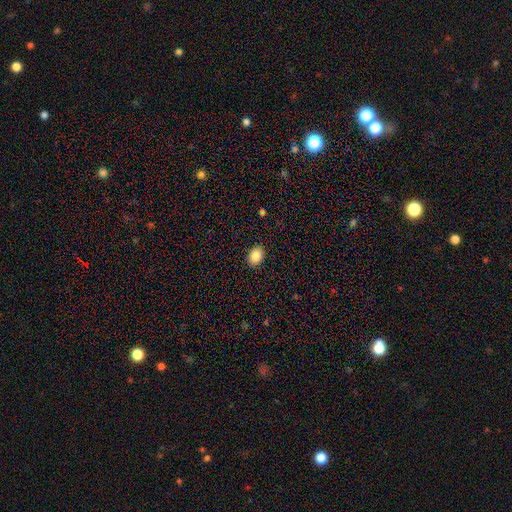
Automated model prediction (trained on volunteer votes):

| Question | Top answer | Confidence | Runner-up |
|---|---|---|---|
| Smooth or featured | smooth | 86% | star or artifact (9%) |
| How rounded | in between | 65% | round (34%) |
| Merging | none | 90% | minor disturbance (7%) |